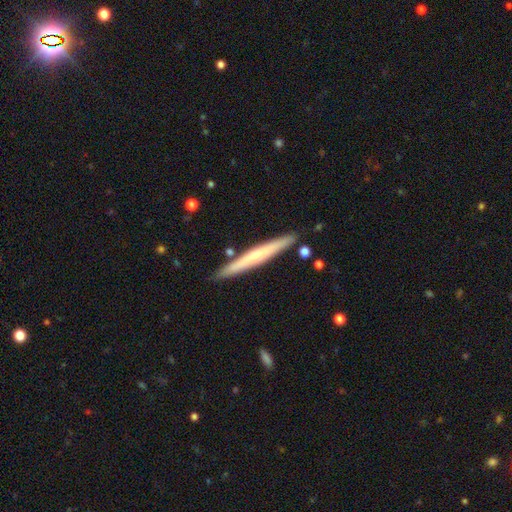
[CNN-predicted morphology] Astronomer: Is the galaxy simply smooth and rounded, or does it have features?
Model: featured or disk — 48% (runner-up: smooth, 46%).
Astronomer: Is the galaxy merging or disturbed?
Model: none — 88%.